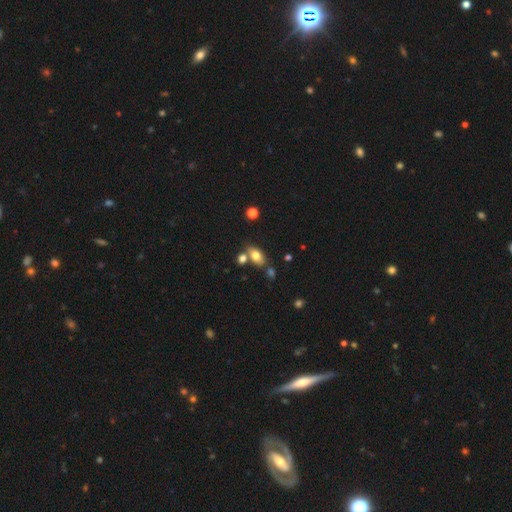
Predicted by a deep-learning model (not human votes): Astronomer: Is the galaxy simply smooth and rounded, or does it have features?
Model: smooth — 78%.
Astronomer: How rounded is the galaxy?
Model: in between — 86%.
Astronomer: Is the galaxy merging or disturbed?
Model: none — 63%.